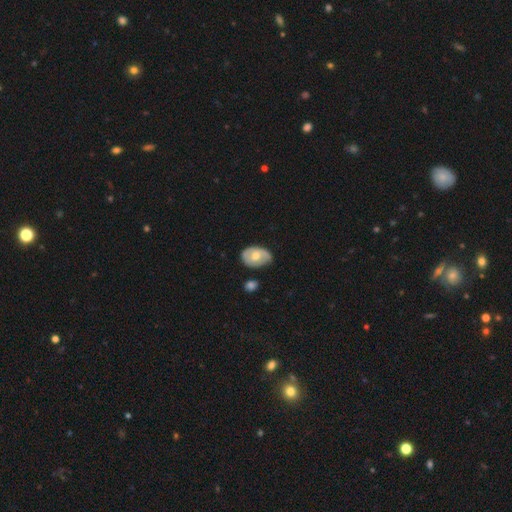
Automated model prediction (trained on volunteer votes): Smooth or featured? smooth (49%)
Merging? none (61%)